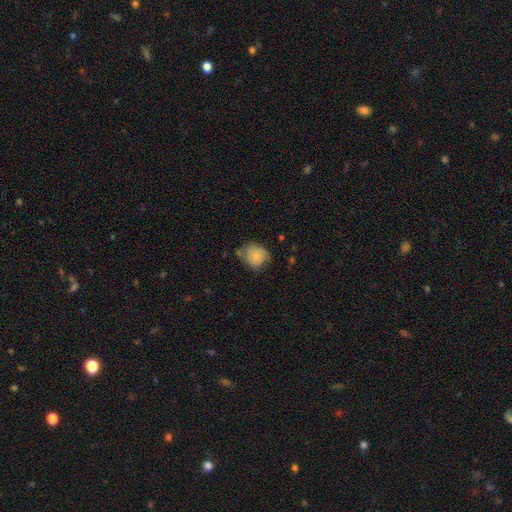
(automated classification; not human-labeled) smooth-or-featured: smooth: 65% | featured or disk: 27% | star or artifact: 8%
  how-rounded: round: 71% | in between: 28% | cigar-shaped: 1%
  merging: none: 52% | minor disturbance: 33% | major disturbance: 11% | merger: 4%